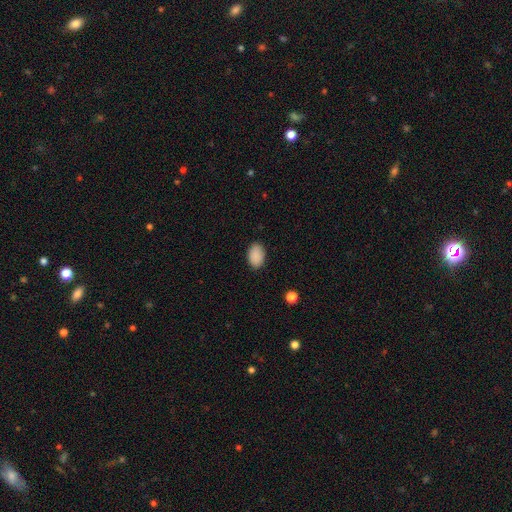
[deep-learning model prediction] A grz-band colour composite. It shows a smooth galaxy with no disk features (90%) that is in between round and cigar-shaped (88%). Merging: none (88%).